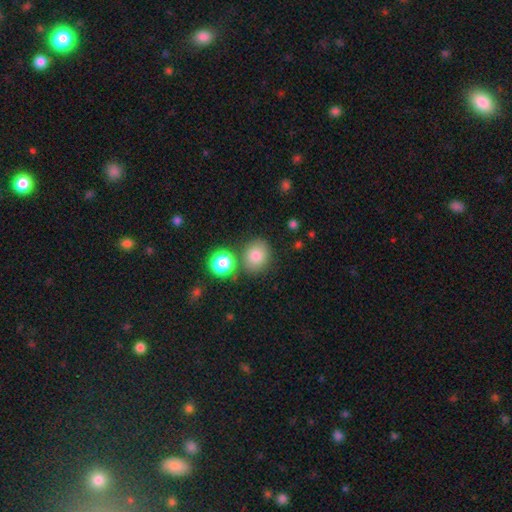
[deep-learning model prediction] Q: Smooth or featured?
A: smooth (80%); runner-up: star or artifact (12%)
Q: How rounded?
A: round (65%); runner-up: in between (34%)
Q: Merging?
A: none (74%); runner-up: minor disturbance (11%)